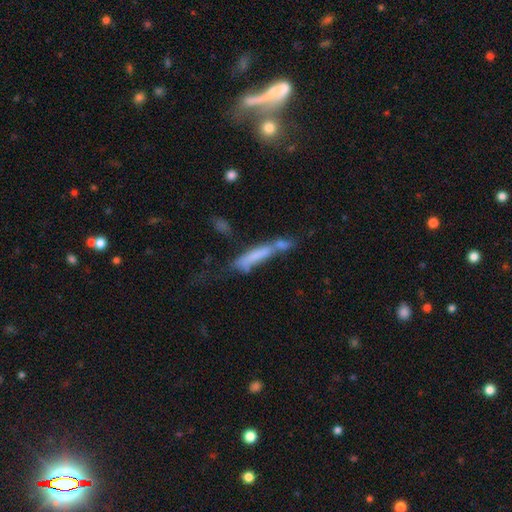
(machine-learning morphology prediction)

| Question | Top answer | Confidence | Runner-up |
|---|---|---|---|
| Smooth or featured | smooth | 57% | featured or disk (33%) |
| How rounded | cigar-shaped | 85% | in between (13%) |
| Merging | merger | 38% | none (26%) |